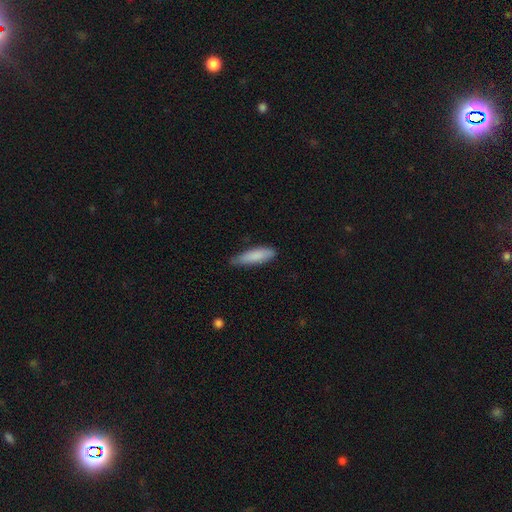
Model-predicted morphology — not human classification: The model was most divided on "how rounded": cigar-shaped: 62%, in between: 37%, round: 1%. More confident: smooth or featured — smooth (85%); merging — none (68%).